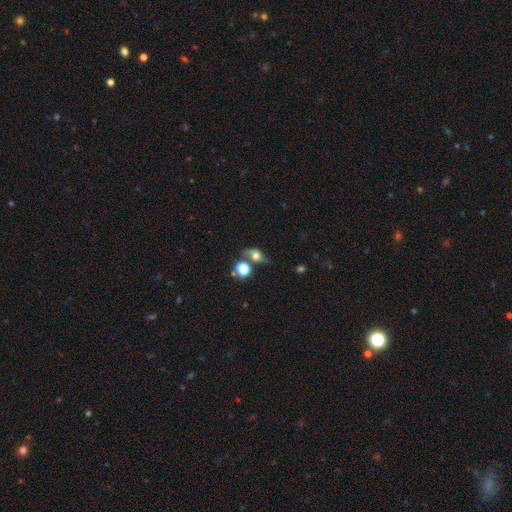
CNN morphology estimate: This appears to be a featured or disk galaxy (42%, tied with smooth). Merging: none (48%).